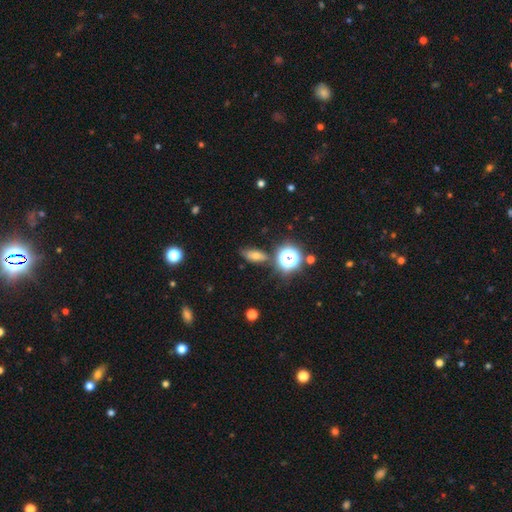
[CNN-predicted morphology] The model was most divided on "smooth or featured": smooth: 61%, star or artifact: 23%, featured or disk: 16%. More confident: merging — none (72%); how rounded — in between (72%).